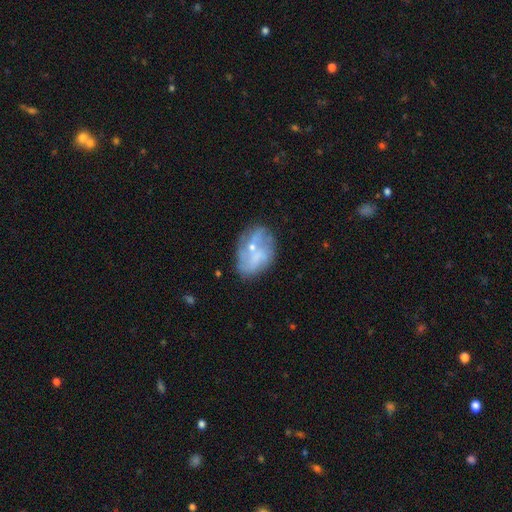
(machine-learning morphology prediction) The model was most divided on "smooth or featured": featured or disk: 57%, smooth: 34%, star or artifact: 9%. More confident: edge-on disk — no (95%); bar — no (70%); spiral arms — no (66%); bulge size — small (57%); merging — none (50%).